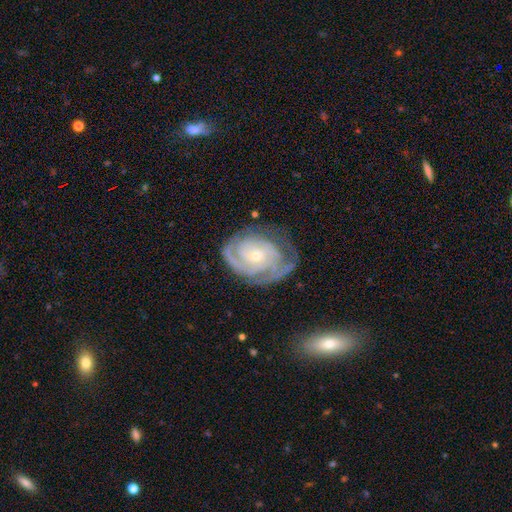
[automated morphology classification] smooth_or_featured: featured or disk (p=0.87) [alt: smooth p=0.07]
disk_edge_on: no (p=0.97) [alt: yes p=0.03]
bar: no (p=0.75) [alt: weak p=0.20]
has_spiral_arms: yes (p=0.97) [alt: no p=0.03]
spiral_winding: tight (p=0.73) [alt: medium p=0.22]
spiral_arm_count: 2 (p=0.31) [alt: 3 p=0.26]
bulge_size: small (p=0.74) [alt: moderate p=0.23]
merging: none (p=0.65) [alt: minor disturbance p=0.22]